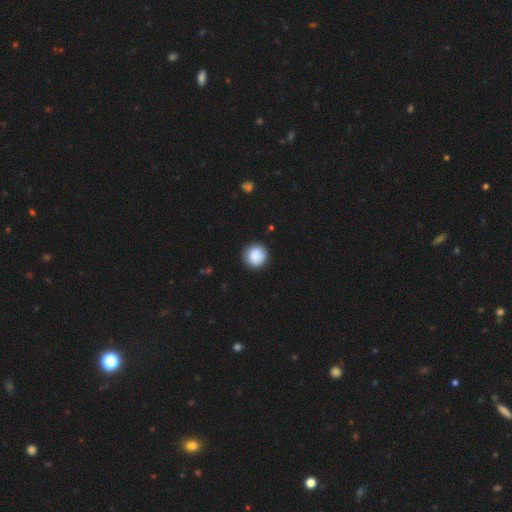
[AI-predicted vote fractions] A smooth galaxy with no disk features (86%) that is round (93%).

Vote fractions:
- Smooth or featured? smooth: 86% / star or artifact: 8% / featured or disk: 7%
- How rounded? round: 93% / in between: 6% / cigar-shaped: 1%
- Merging? none: 86% / minor disturbance: 10% / major disturbance: 2% / merger: 1%